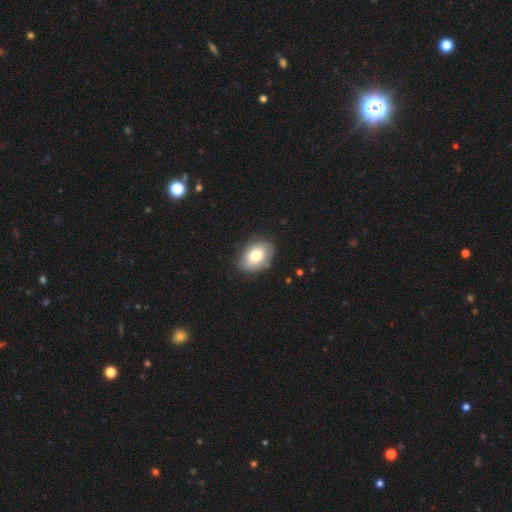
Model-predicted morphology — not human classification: A smooth galaxy with no disk features (74%) that is in between round and cigar-shaped (79%). Merging: none (77%).